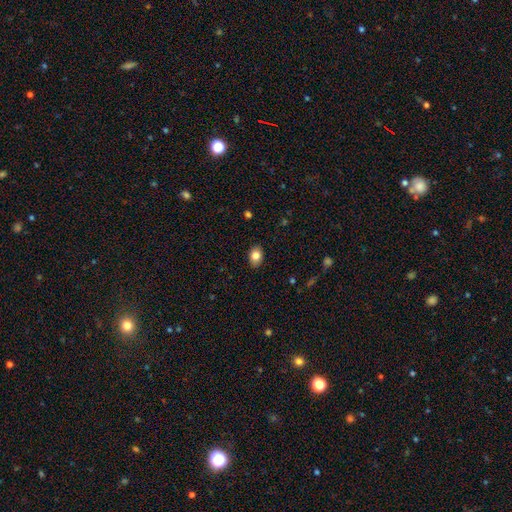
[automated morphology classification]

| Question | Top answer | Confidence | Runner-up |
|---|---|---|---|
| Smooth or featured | smooth | 83% | star or artifact (8%) |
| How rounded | in between | 78% | round (20%) |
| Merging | none | 88% | minor disturbance (9%) |